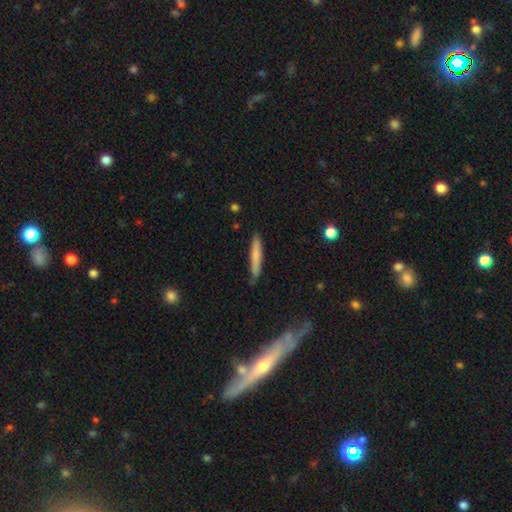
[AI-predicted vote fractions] The model was most divided on "smooth or featured": smooth: 70%, featured or disk: 25%, star or artifact: 6%. More confident: how rounded — cigar-shaped (94%); merging — none (84%).